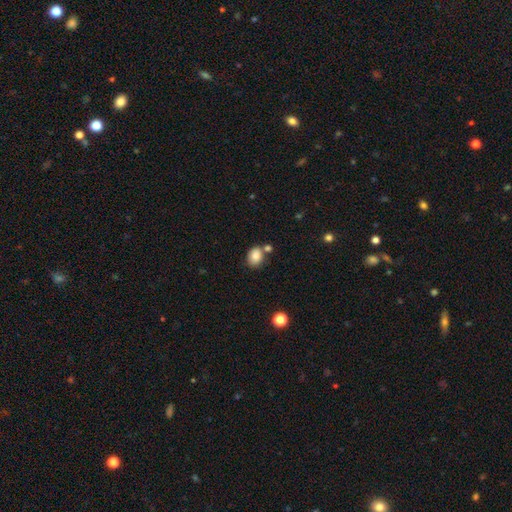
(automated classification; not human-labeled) The model was most divided on "how rounded": in between: 58%, round: 41%, cigar-shaped: 1%. More confident: smooth or featured — smooth (83%); merging — none (64%).